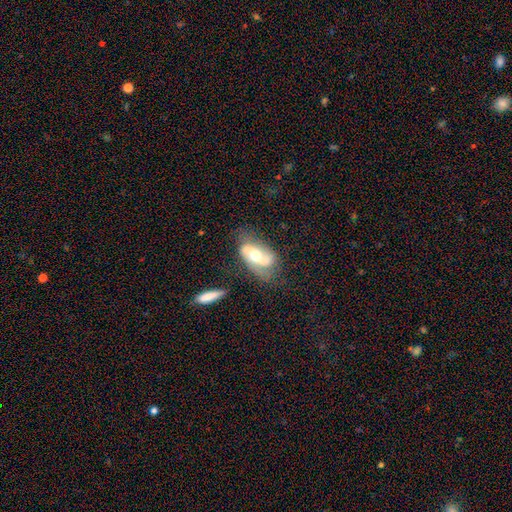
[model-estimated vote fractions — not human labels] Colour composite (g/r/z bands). It shows a featured or disk galaxy (72%) with no bar (46%), 2 (84%) medium (41%, tied with loose) spiral arms (87%) and a moderate central bulge (71%). Merging: none (58%).